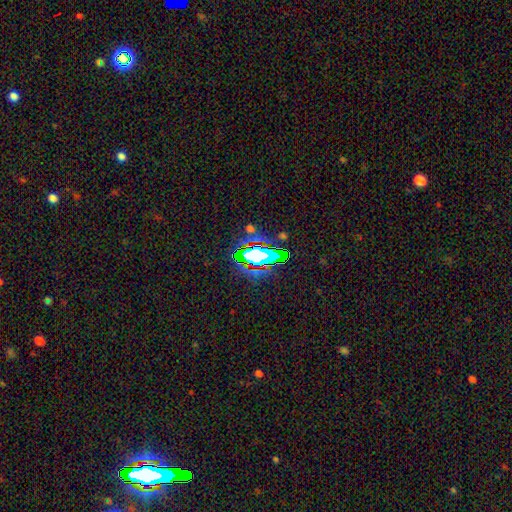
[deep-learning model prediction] star or artifact 54%, smooth 29%, featured or disk 17%.